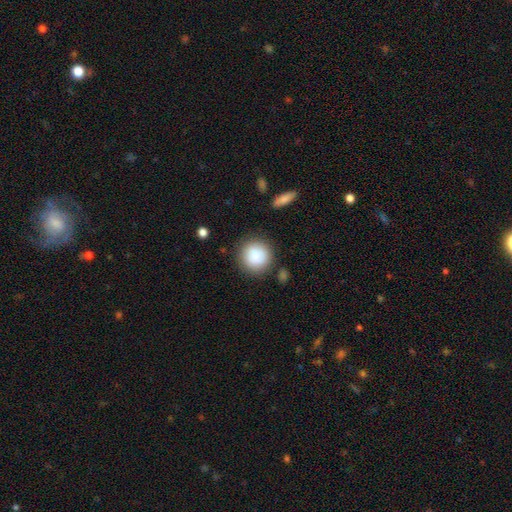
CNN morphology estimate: Smooth or featured: smooth — 87% (star or artifact — 7%)
How rounded: round — 91% (in between — 8%)
Merging: none — 84% (minor disturbance — 10%)